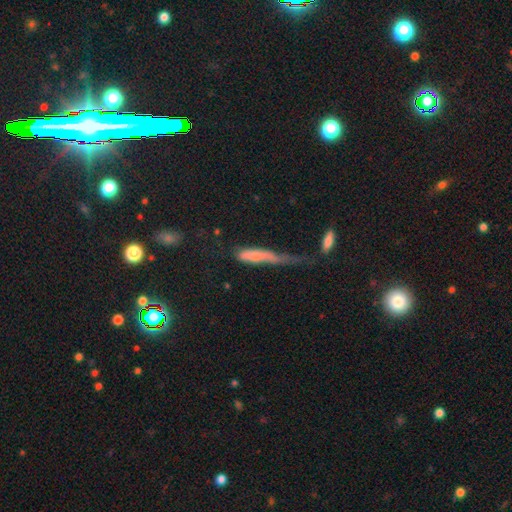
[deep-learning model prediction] Smooth or featured: smooth — 65% (featured or disk — 25%)
How rounded: cigar-shaped — 78% (in between — 19%)
Merging: major disturbance — 46% (minor disturbance — 22%)